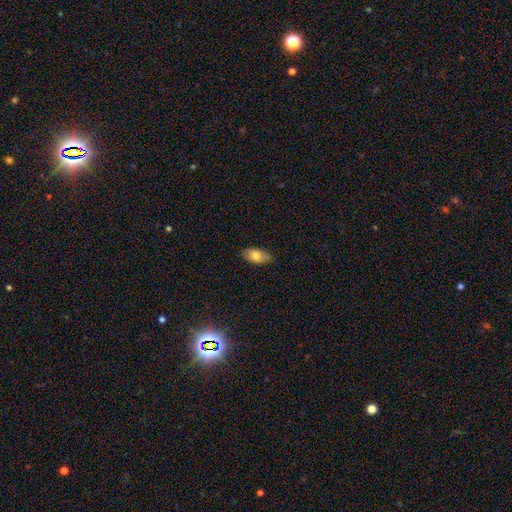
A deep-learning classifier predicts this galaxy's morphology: smooth-or-featured: smooth: 77% | featured or disk: 16% | star or artifact: 7%
  how-rounded: in between: 89% | cigar-shaped: 8% | round: 4%
  merging: none: 77% | minor disturbance: 19% | major disturbance: 3% | merger: 1%